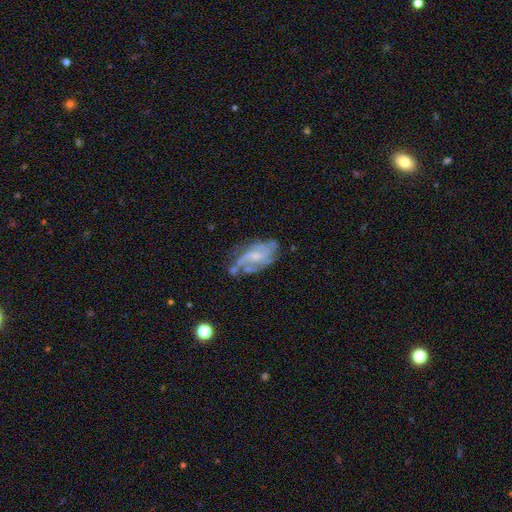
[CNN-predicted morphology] A featured or disk galaxy (80%) with no bar (55%), medium (43%) spiral arms (90%) and a small central bulge (60%). Merging: none (53%).